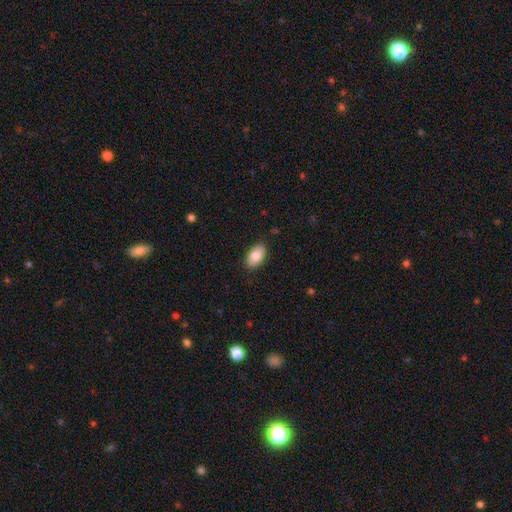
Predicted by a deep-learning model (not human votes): Smooth or featured? smooth (84%)
How rounded? in between (93%)
Merging? none (87%)